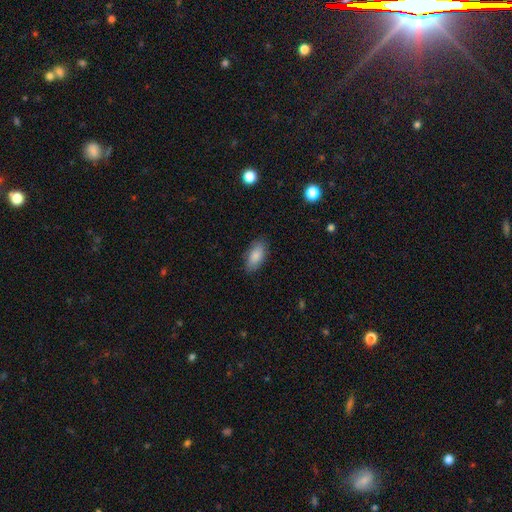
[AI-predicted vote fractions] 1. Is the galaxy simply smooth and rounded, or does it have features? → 86% smooth, 8% featured or disk, 6% star or artifact.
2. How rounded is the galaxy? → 90% in between, 7% cigar-shaped, 3% round.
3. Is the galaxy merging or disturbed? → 83% none, 13% minor disturbance, 3% major disturbance, 1% merger.